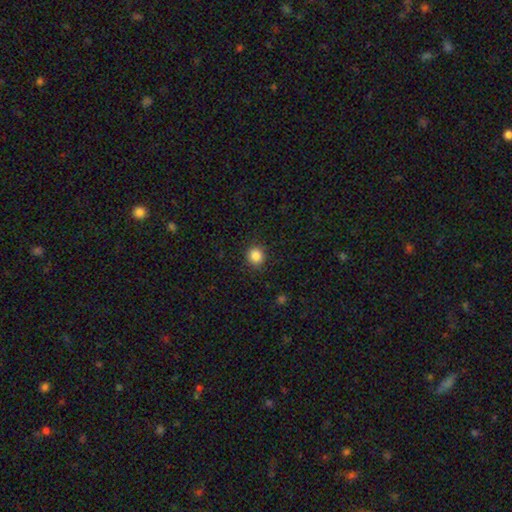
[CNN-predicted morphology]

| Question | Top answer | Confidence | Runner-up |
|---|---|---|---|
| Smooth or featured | smooth | 86% | star or artifact (11%) |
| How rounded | round | 89% | in between (10%) |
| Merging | none | 90% | minor disturbance (7%) |